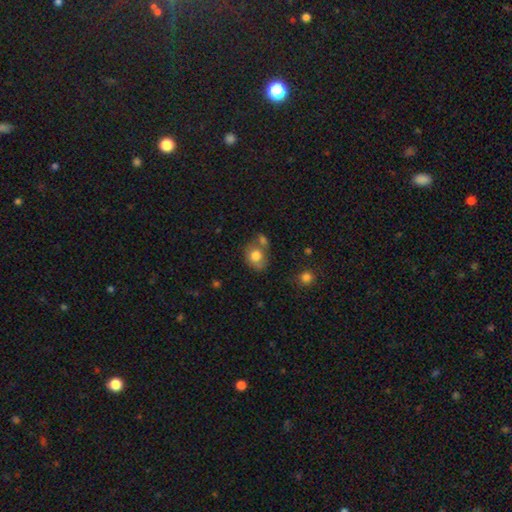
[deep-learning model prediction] The model was most divided on "how rounded": round: 60%, in between: 39%, cigar-shaped: 1%. Remaining: smooth or featured — smooth (76%); merging — none (49%).